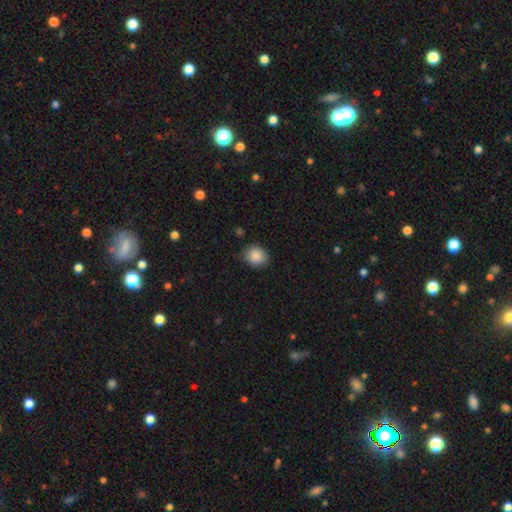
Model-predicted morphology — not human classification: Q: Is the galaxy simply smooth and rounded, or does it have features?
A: smooth — 88%.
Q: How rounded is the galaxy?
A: round — 74%.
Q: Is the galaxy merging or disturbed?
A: none — 83%.